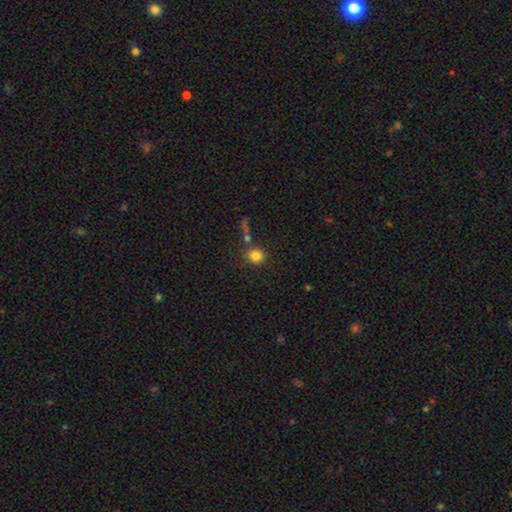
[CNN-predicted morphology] smooth_or_featured: smooth (p=0.83) [alt: star or artifact p=0.11]
how_rounded: round (p=0.86) [alt: in between p=0.13]
merging: none (p=0.75) [alt: merger p=0.11]